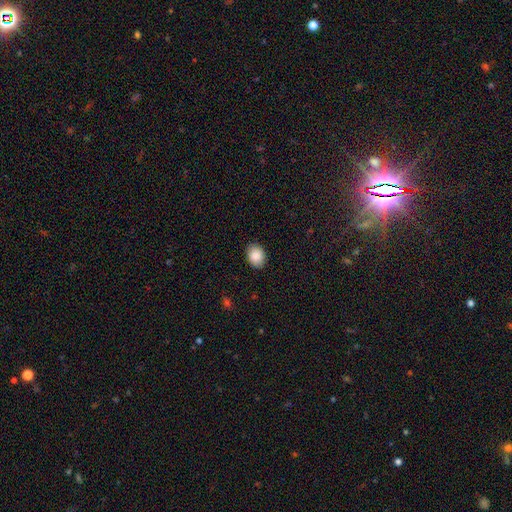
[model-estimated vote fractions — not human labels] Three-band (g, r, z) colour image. It shows a smooth galaxy with no disk features (89%) that is in between round and cigar-shaped (67%). Merging: none (88%).